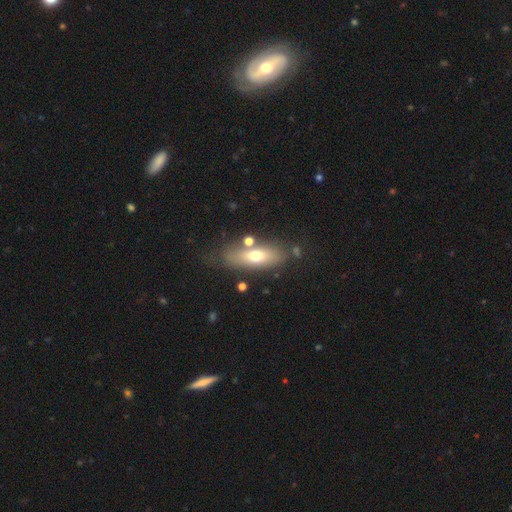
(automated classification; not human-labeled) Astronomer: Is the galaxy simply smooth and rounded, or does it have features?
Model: smooth — 62%.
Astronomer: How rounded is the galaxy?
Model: in between — 67%.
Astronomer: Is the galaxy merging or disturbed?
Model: none — 71%.